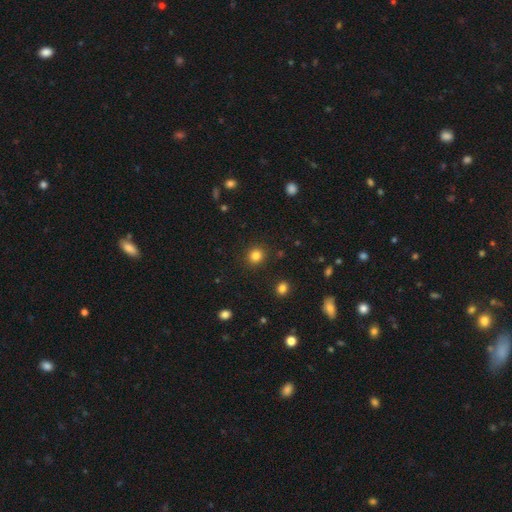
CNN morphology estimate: Smooth or featured?
  - smooth: 84% *
  - star or artifact: 12%
  - featured or disk: 5%
How rounded?
  - round: 85% *
  - in between: 14%
  - cigar-shaped: 1%
Merging?
  - none: 90% *
  - minor disturbance: 6%
  - major disturbance: 2%
  - merger: 2%